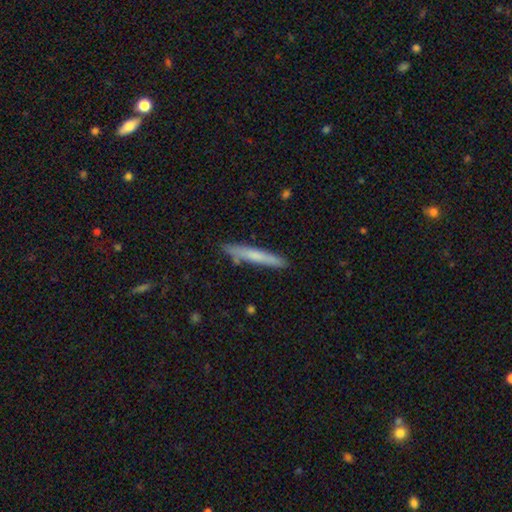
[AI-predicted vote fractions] Smooth or featured: smooth — 63% (featured or disk — 31%)
How rounded: cigar-shaped — 96% (in between — 3%)
Merging: none — 87% (minor disturbance — 10%)